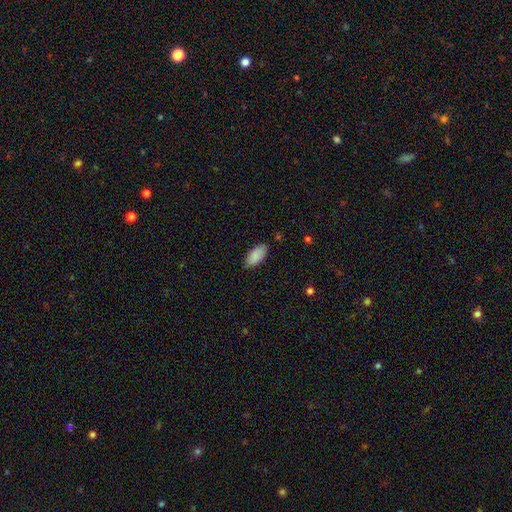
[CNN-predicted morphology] This appears to be a smooth galaxy with no disk features (88%) that is in between round and cigar-shaped (90%). Merging: none (81%).